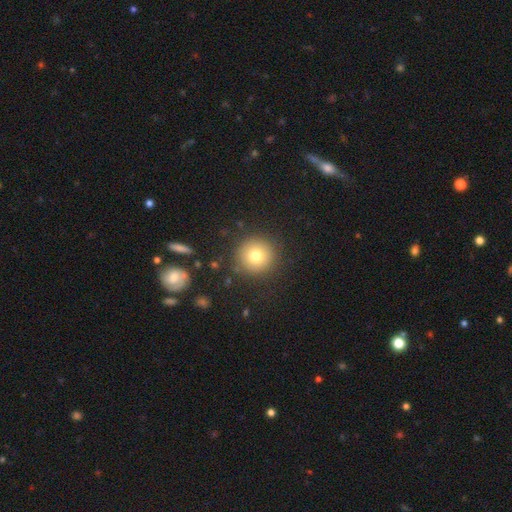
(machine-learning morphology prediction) Smooth or featured: smooth — 76% (star or artifact — 12%)
How rounded: round — 95% (in between — 4%)
Merging: none — 88% (minor disturbance — 7%)